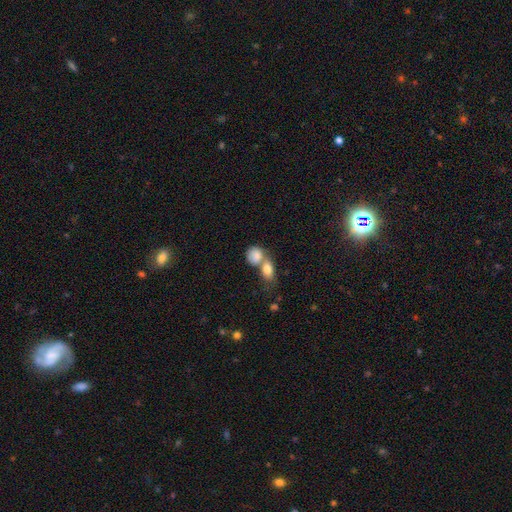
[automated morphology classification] This appears to be a smooth galaxy with no disk features (81%) that is in between round and cigar-shaped (51%). Merging: merger (62%).